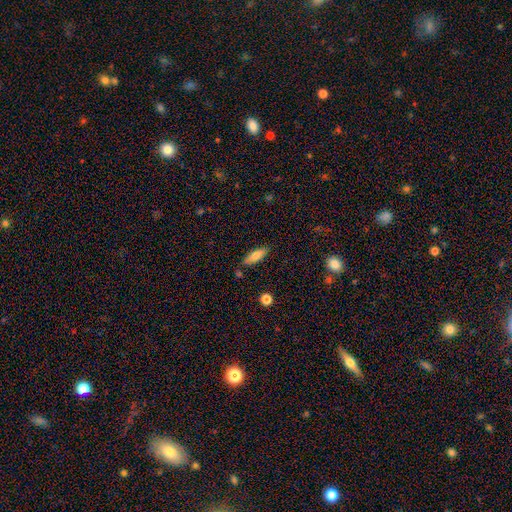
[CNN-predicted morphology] This is likely a smooth galaxy (75%). How rounded: possibly in between (51%). Merging: clearly none (80%).